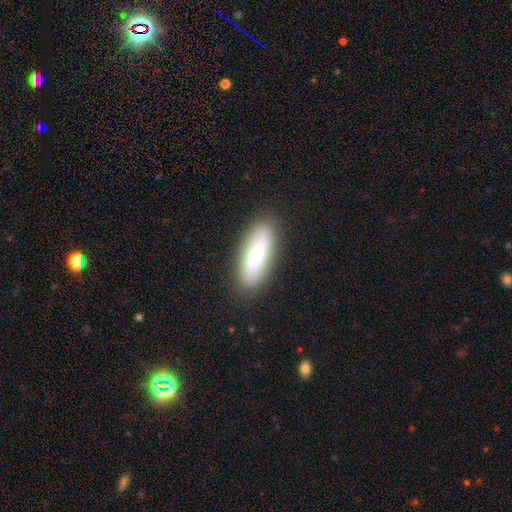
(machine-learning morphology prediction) A smooth galaxy with no disk features (57%) that is in between round and cigar-shaped (60%).

Vote fractions:
- Smooth or featured? smooth: 57% / featured or disk: 32% / star or artifact: 11%
- How rounded? in between: 60% / cigar-shaped: 37% / round: 3%
- Merging? none: 87% / minor disturbance: 9% / major disturbance: 2% / merger: 1%